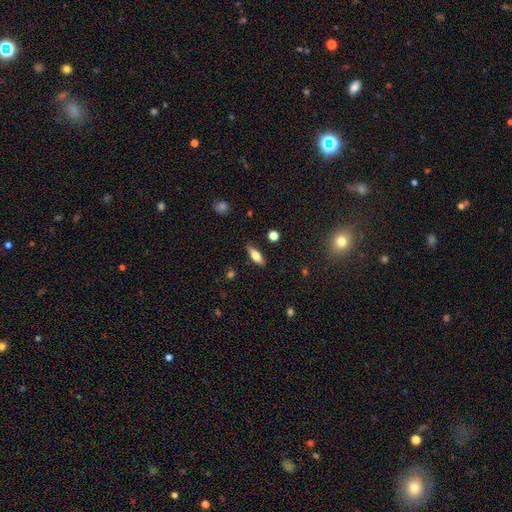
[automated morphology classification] Smooth or featured? Predicted: smooth (p=0.64). How rounded? Predicted: in between (p=0.61). Merging? Predicted: none (p=0.86).